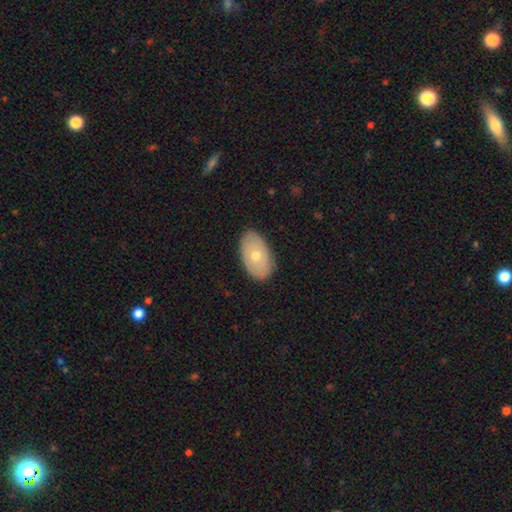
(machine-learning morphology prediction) type=smooth (60%); roundness=in between (92%); merging=none (85%).